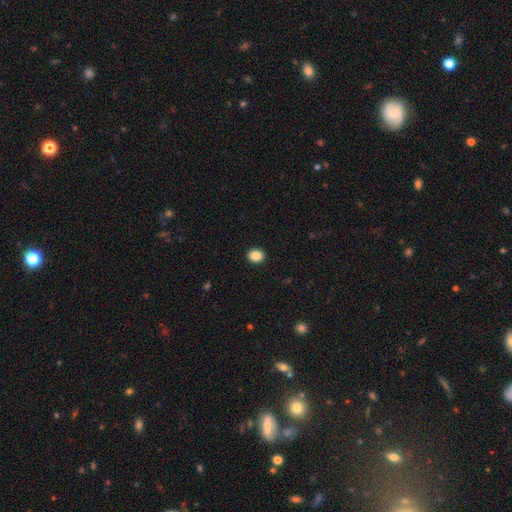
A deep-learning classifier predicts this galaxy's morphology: Smooth or featured: smooth — 87% (star or artifact — 9%)
How rounded: round — 54% (in between — 45%)
Merging: none — 92% (minor disturbance — 5%)